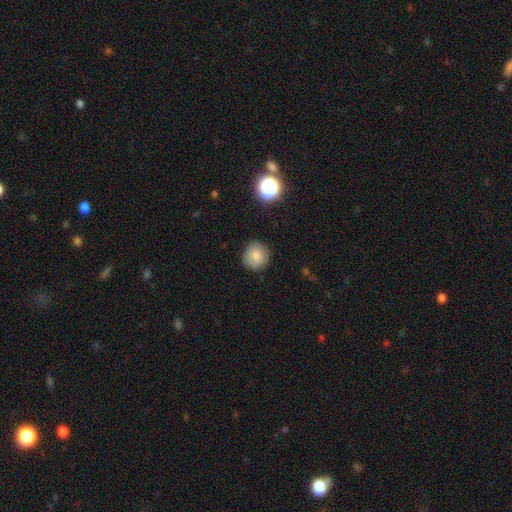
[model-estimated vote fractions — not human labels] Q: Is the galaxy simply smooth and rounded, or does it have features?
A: smooth — 82%.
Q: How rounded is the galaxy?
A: round — 90%.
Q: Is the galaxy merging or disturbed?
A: none — 85%.